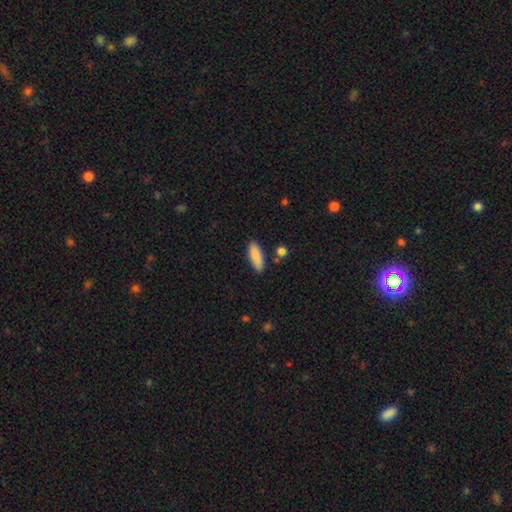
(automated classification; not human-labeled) smooth 87%, featured or disk 7%, star or artifact 6%. Down the decision tree: how rounded — in between (64%); merging — none (85%).